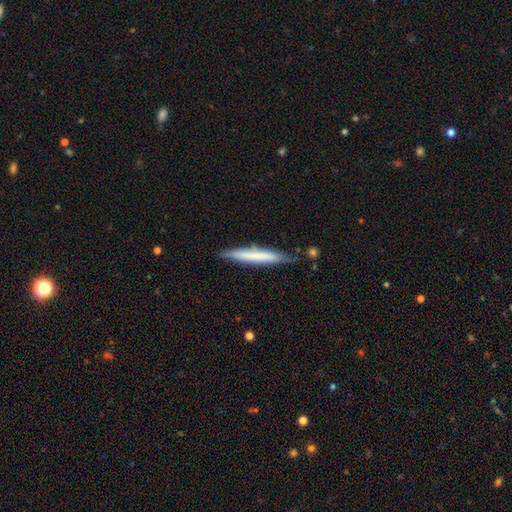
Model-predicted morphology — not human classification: type=smooth (65%); roundness=cigar-shaped (95%); merging=none (82%).